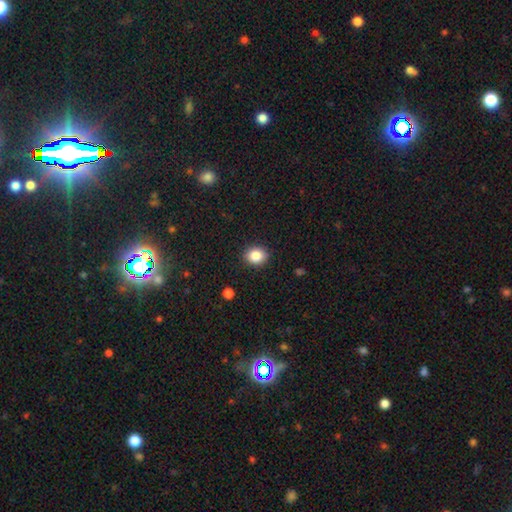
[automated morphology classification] Smooth or featured? Predicted: smooth (p=0.86). How rounded? Predicted: round (p=0.67). Merging? Predicted: none (p=0.89).